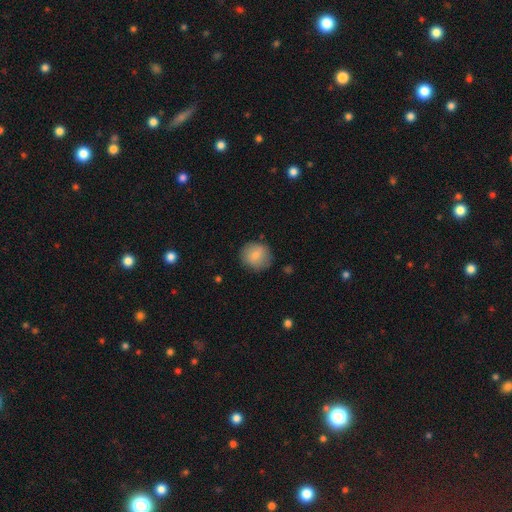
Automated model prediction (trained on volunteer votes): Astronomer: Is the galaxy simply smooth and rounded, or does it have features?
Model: smooth — 80%.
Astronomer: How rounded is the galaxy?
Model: round — 87%.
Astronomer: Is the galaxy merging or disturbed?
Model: none — 83%.